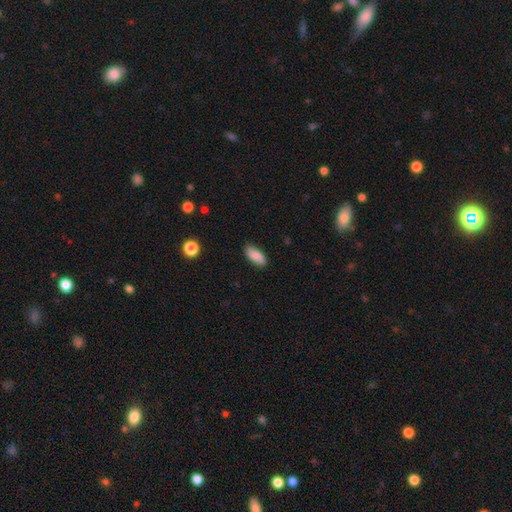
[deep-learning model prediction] smooth-or-featured: smooth: 84% | featured or disk: 9% | star or artifact: 7%
  how-rounded: in between: 88% | cigar-shaped: 9% | round: 2%
  merging: none: 84% | minor disturbance: 12% | major disturbance: 2% | merger: 1%